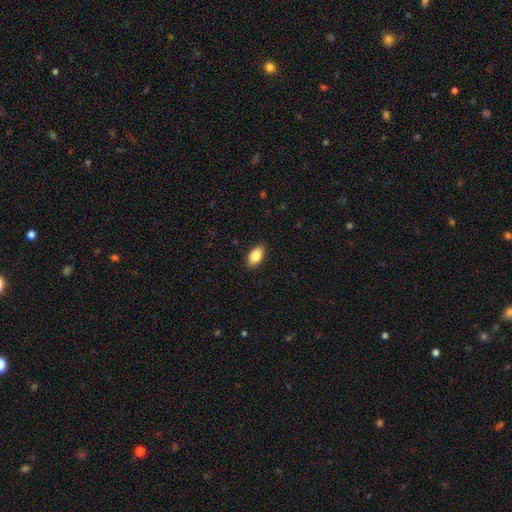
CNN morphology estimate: smooth_or_featured: smooth (p=0.85) [alt: featured or disk p=0.08]
how_rounded: in between (p=0.92) [alt: round p=0.05]
merging: none (p=0.88) [alt: minor disturbance p=0.10]